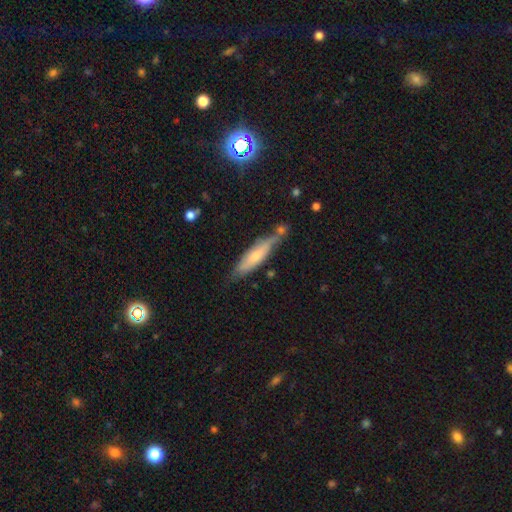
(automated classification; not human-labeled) This is possibly a smooth galaxy (57%). How rounded: likely cigar-shaped (74%). Merging: possibly none (60%).